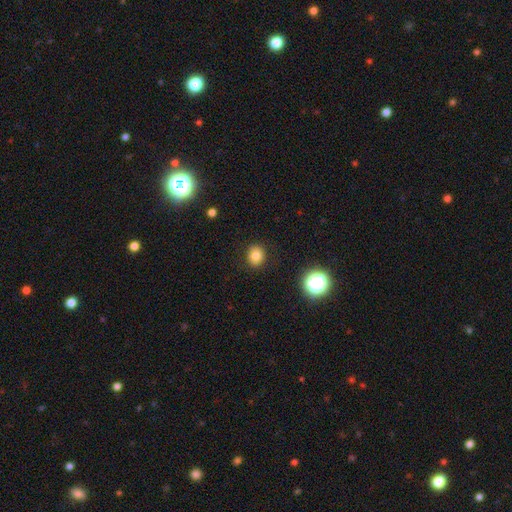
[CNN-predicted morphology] type=smooth (80%); roundness=round (72%); merging=none (90%).